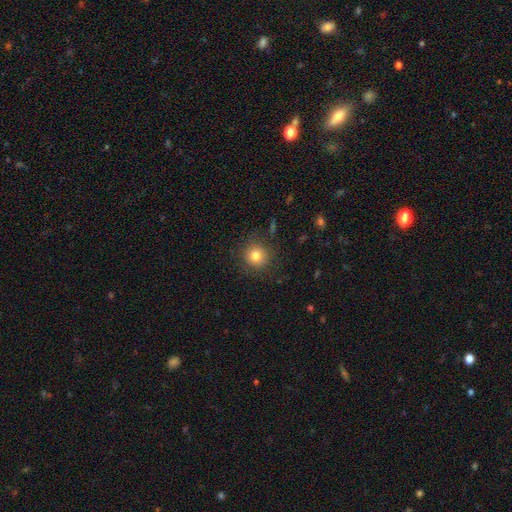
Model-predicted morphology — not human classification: smooth-or-featured: smooth: 80% | star or artifact: 12% | featured or disk: 8%
  how-rounded: round: 93% | in between: 6% | cigar-shaped: 1%
  merging: none: 87% | minor disturbance: 9% | major disturbance: 3% | merger: 1%